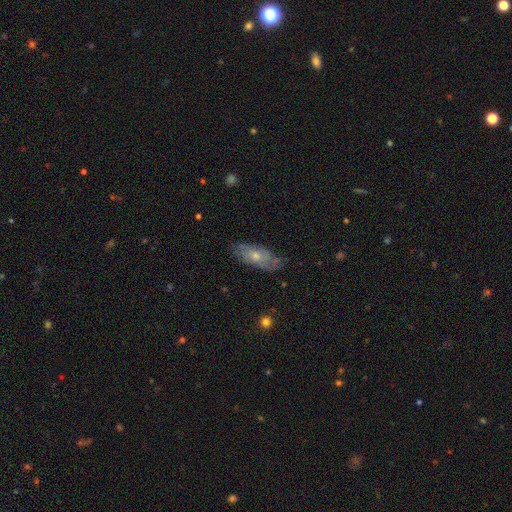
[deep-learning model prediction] A featured or disk galaxy (52%).

Vote fractions:
- Smooth or featured? featured or disk: 52% / smooth: 40% / star or artifact: 8%
- Edge-on disk? no: 77% / yes: 23%
- Merging? none: 74% / minor disturbance: 20% / major disturbance: 5% / merger: 1%